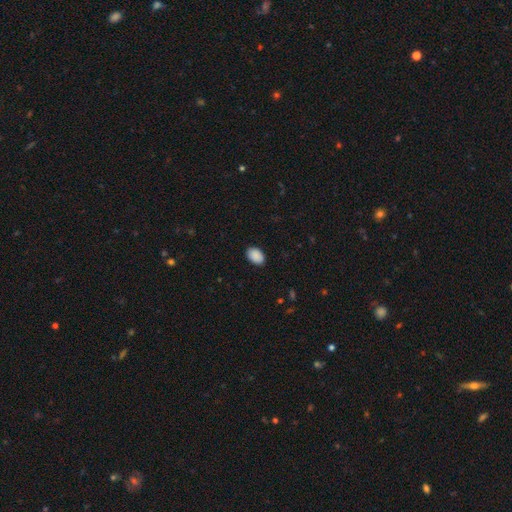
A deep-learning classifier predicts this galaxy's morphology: Smooth or featured?
  - smooth: 90% *
  - star or artifact: 7%
  - featured or disk: 3%
How rounded?
  - in between: 84% *
  - round: 15%
  - cigar-shaped: 1%
Merging?
  - none: 88% *
  - minor disturbance: 9%
  - major disturbance: 2%
  - merger: 1%